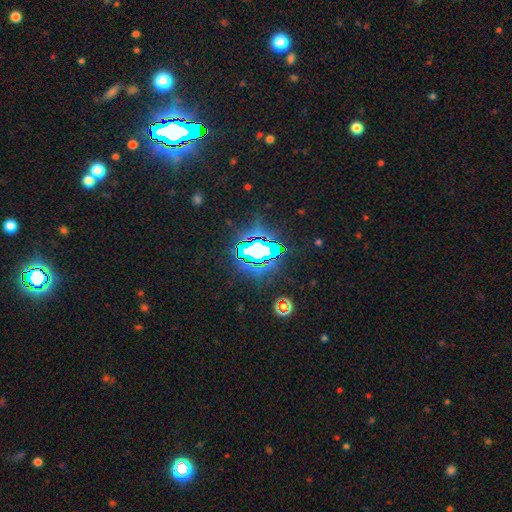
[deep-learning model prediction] star or artifact 73%, smooth 15%, featured or disk 12%.